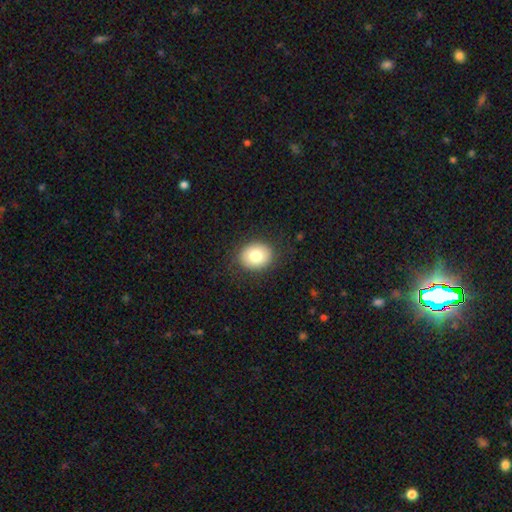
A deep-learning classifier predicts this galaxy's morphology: This is likely a smooth galaxy (80%). How rounded: likely round (64%). Merging: clearly none (87%).